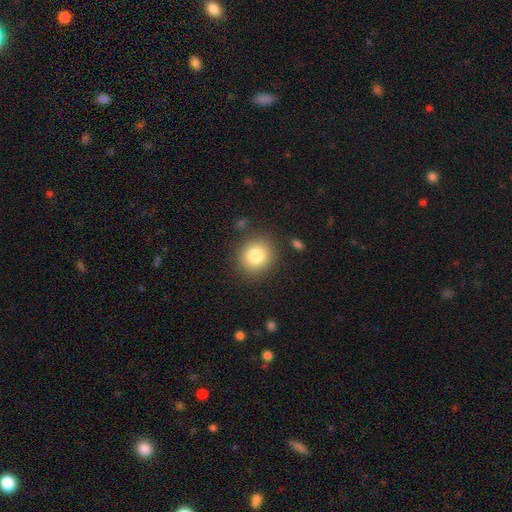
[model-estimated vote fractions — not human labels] A smooth galaxy with no disk features (82%) that is round (82%).

Vote fractions:
- Smooth or featured? smooth: 82% / star or artifact: 10% / featured or disk: 8%
- How rounded? round: 82% / in between: 17% / cigar-shaped: 1%
- Merging? none: 85% / minor disturbance: 9% / major disturbance: 3% / merger: 2%